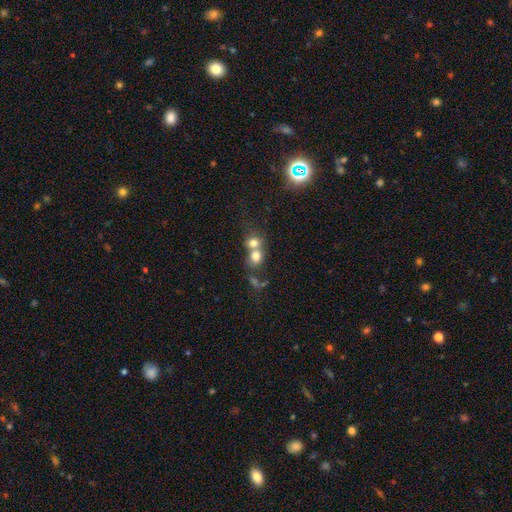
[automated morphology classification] Overall: smooth (73%). How rounded: round (64%; in between 35%). Merging: merger (66%).